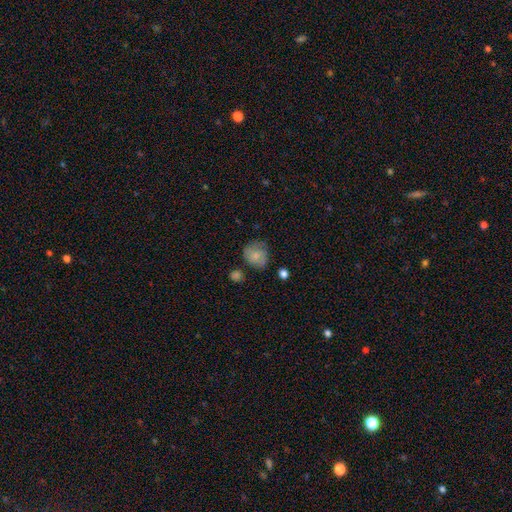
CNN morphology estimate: Smooth or featured?
  - smooth: 74% *
  - featured or disk: 17%
  - star or artifact: 9%
How rounded?
  - round: 70% *
  - in between: 29%
  - cigar-shaped: 1%
Merging?
  - none: 57% *
  - minor disturbance: 28%
  - major disturbance: 10%
  - merger: 4%